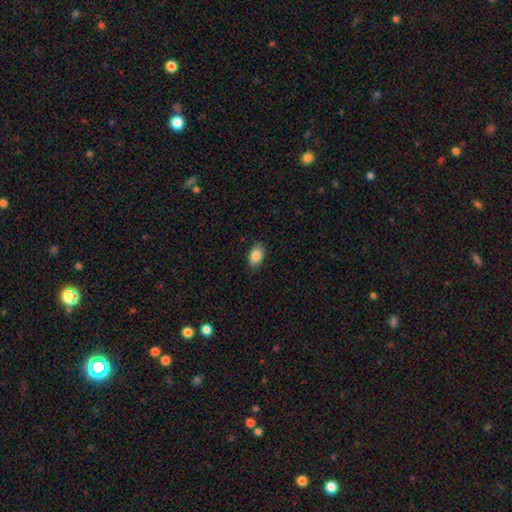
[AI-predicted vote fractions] Smooth or featured? smooth (86%)
How rounded? in between (91%)
Merging? none (86%)